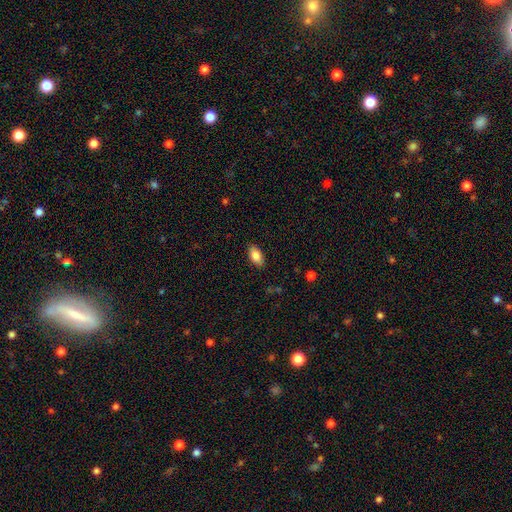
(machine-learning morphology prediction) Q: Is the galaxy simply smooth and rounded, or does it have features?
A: smooth — 85%.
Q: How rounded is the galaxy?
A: in between — 92%.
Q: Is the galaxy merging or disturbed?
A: none — 86%.